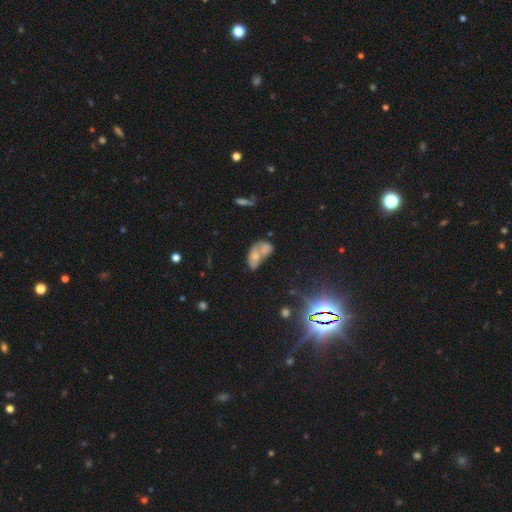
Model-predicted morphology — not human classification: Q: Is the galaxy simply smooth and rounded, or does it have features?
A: smooth — 56%.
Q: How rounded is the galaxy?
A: in between — 86%.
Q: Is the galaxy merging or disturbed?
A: merger — 65%.